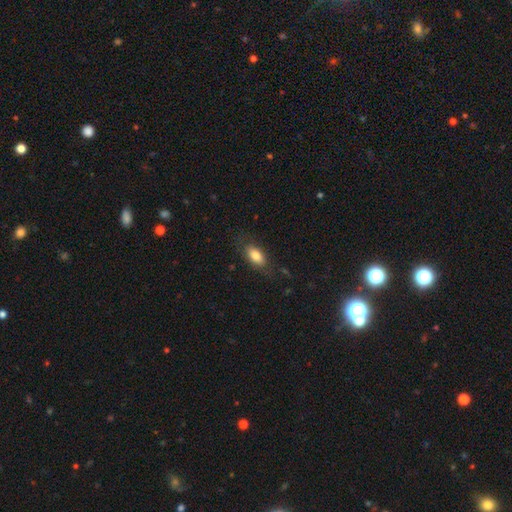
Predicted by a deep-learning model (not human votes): Overall: smooth (81%). How rounded: in between (90%). Merging: none (76%).